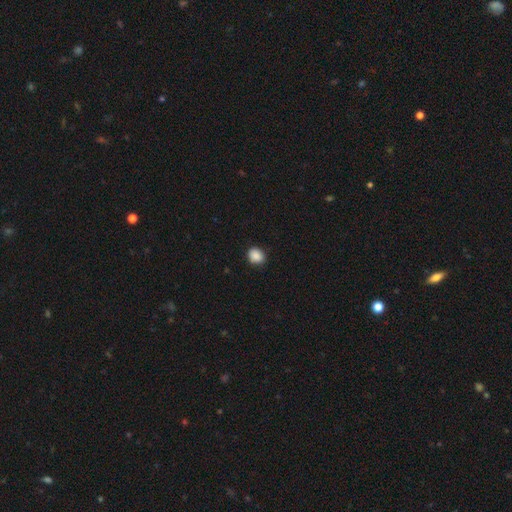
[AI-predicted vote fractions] Smooth or featured? Predicted: smooth (p=0.88). How rounded? Predicted: round (p=0.68). Merging? Predicted: none (p=0.86).